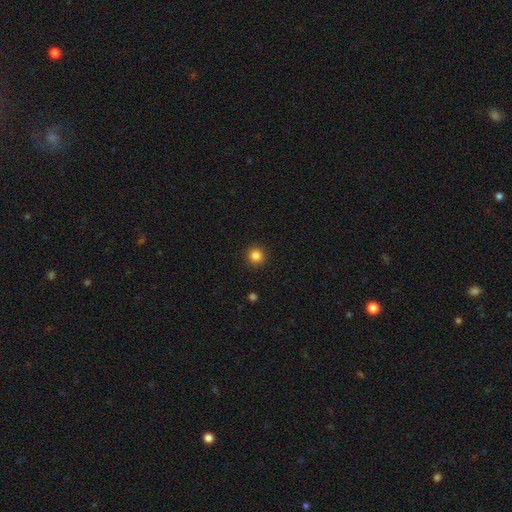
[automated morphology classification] This is clearly a smooth galaxy (85%). How rounded: clearly round (95%). Merging: clearly none (93%).